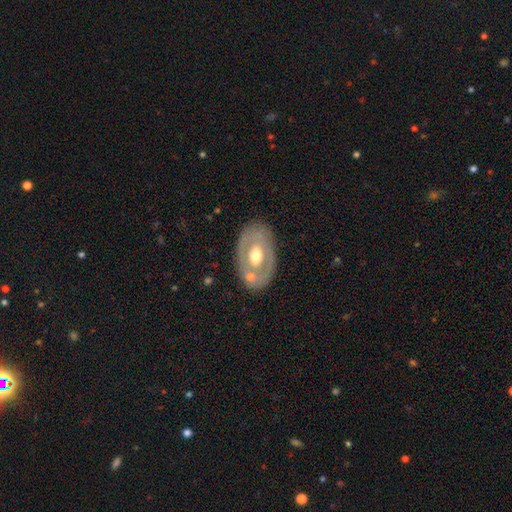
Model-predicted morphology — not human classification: Overall: featured or disk (56%; smooth 38%). Edge-on disk: no (90%). Bar: no (76%). Spiral arms: no (85%). Bulge size: moderate (72%). Merging: none (72%).